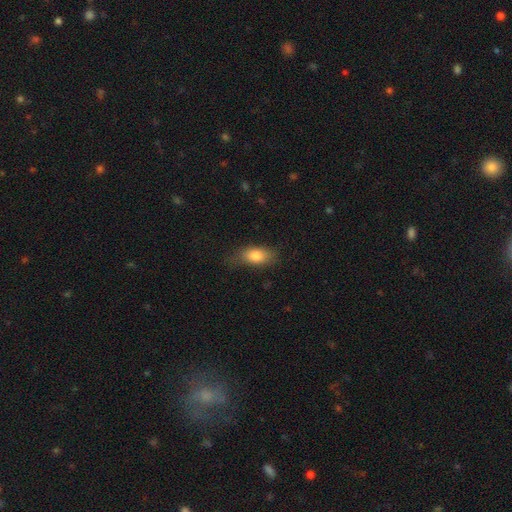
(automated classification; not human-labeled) Smooth or featured? Predicted: smooth (p=0.82). How rounded? Predicted: in between (p=0.85). Merging? Predicted: none (p=0.68).